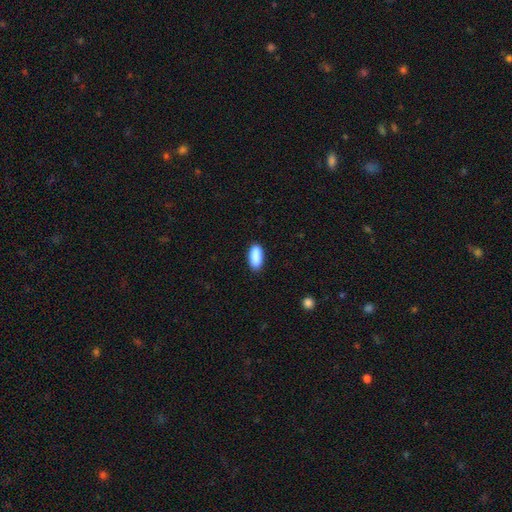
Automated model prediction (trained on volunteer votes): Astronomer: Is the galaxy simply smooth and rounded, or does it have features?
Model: smooth — 90%.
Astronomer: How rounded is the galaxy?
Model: in between — 86%.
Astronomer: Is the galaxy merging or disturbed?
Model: none — 86%.